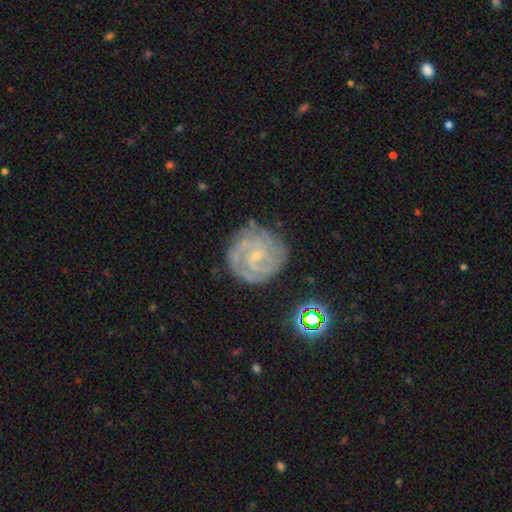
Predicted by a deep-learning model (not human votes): Smooth or featured: featured or disk — 83% (smooth — 9%)
Edge-on disk: no — 98% (yes — 2%)
Bar: no — 58% (weak — 34%)
Spiral arms: yes — 96% (no — 4%)
Spiral winding: tight — 73% (medium — 23%)
Spiral arm count: 2 — 31% (3 — 25%)
Bulge size: small — 80% (moderate — 14%)
Merging: none — 80% (minor disturbance — 14%)